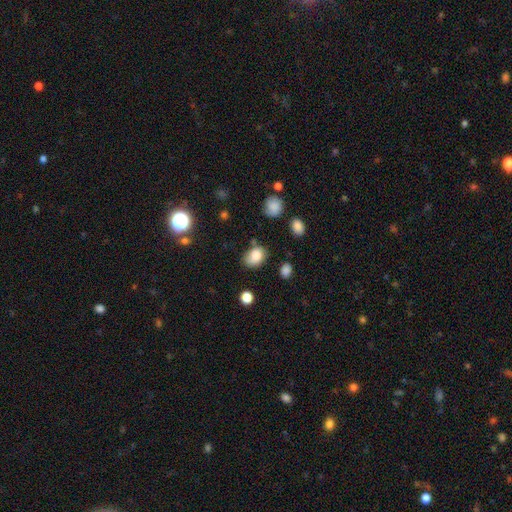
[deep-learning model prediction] smooth_or_featured: smooth (p=0.82) [alt: star or artifact p=0.10]
how_rounded: in between (p=0.69) [alt: round p=0.29]
merging: none (p=0.64) [alt: minor disturbance p=0.25]